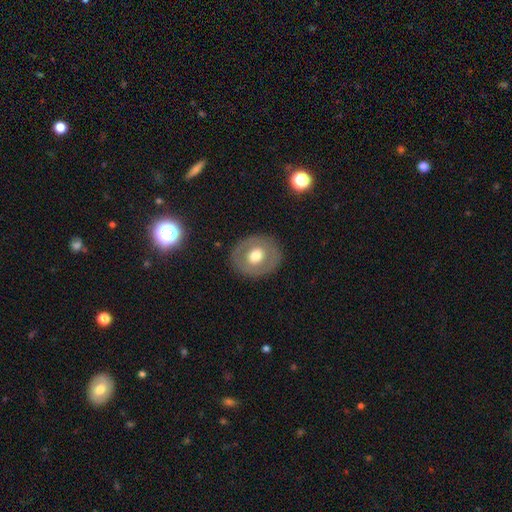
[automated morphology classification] Q: Smooth or featured?
A: smooth (53%); runner-up: featured or disk (41%)
Q: How rounded?
A: round (65%); runner-up: in between (34%)
Q: Merging?
A: none (85%); runner-up: minor disturbance (10%)